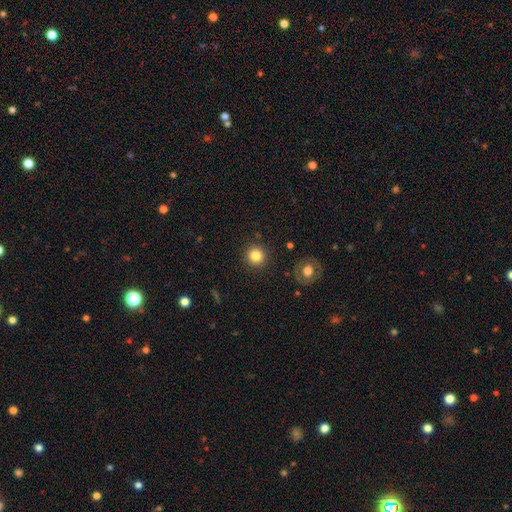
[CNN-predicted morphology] smooth_or_featured: smooth (p=0.82) [alt: star or artifact p=0.11]
how_rounded: round (p=0.95) [alt: in between p=0.05]
merging: none (p=0.90) [alt: minor disturbance p=0.06]